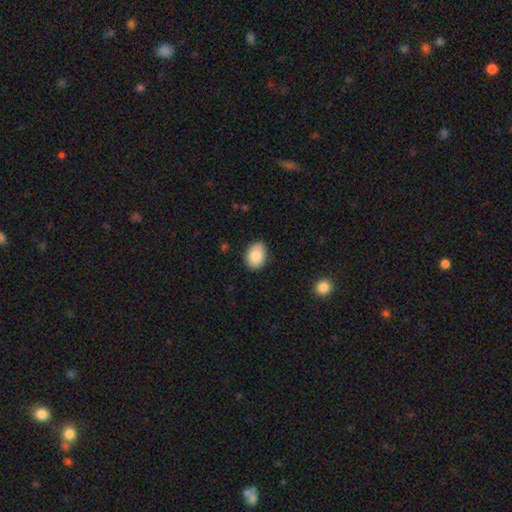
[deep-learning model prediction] smooth-or-featured: smooth: 84% | featured or disk: 9% | star or artifact: 8%
  how-rounded: in between: 69% | round: 30% | cigar-shaped: 1%
  merging: none: 82% | minor disturbance: 14% | major disturbance: 2% | merger: 1%